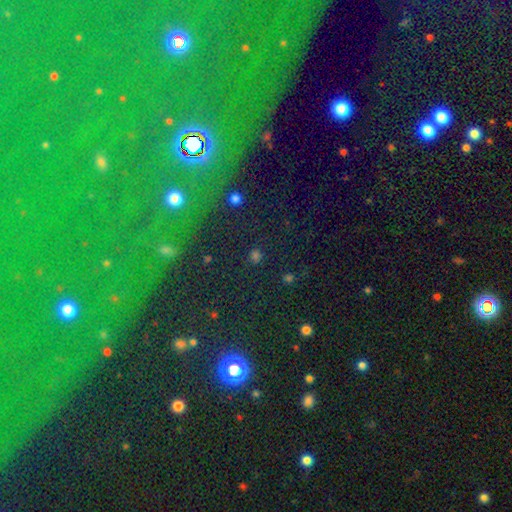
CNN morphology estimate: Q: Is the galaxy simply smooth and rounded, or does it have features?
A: smooth — 50%.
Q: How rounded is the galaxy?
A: round — 81%.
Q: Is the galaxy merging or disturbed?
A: none — 83%.